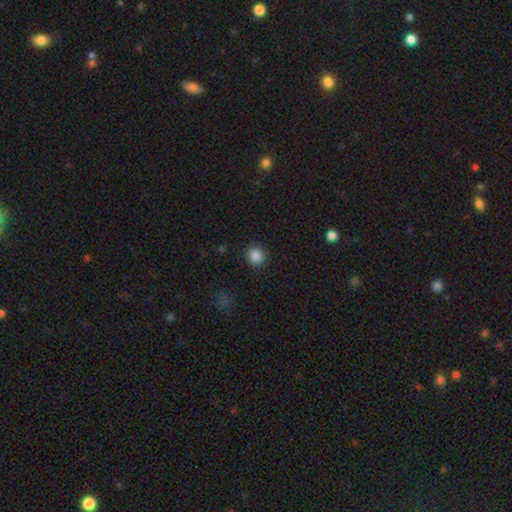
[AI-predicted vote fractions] smooth_or_featured: smooth (p=0.86) [alt: star or artifact p=0.11]
how_rounded: round (p=0.93) [alt: in between p=0.06]
merging: none (p=0.91) [alt: minor disturbance p=0.06]